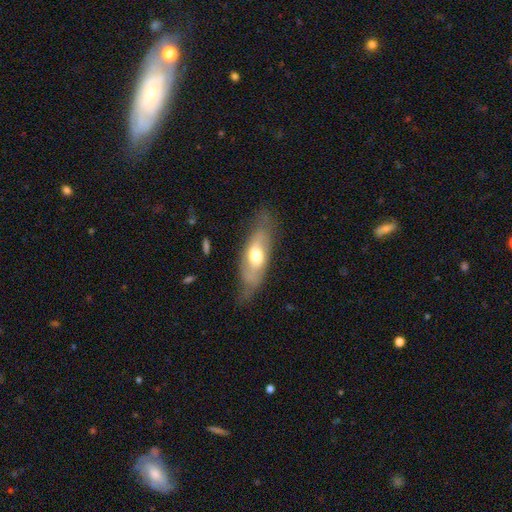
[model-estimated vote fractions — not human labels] Q: Smooth or featured?
A: featured or disk (47%); tied with: smooth (47%)
Q: Merging?
A: none (64%); runner-up: minor disturbance (25%)